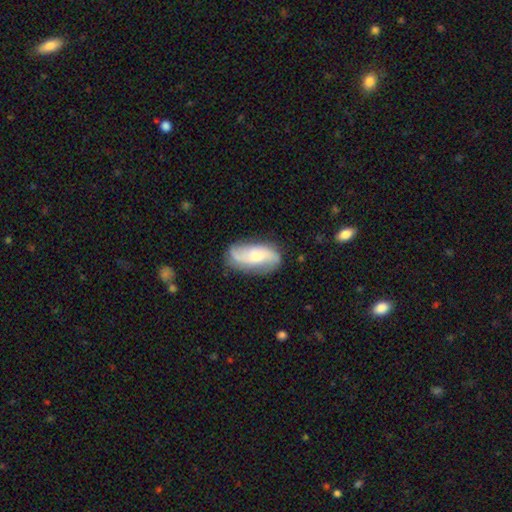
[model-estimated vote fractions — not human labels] A featured or disk galaxy (68%) with no bar (54%), 2 (86%) loose (57%) spiral arms (93%) and a moderate central bulge (47%).

Vote fractions:
- Smooth or featured? featured or disk: 68% / smooth: 26% / star or artifact: 7%
- Edge-on disk? no: 94% / yes: 6%
- Bar? no: 54% / weak: 35% / strong: 11%
- Spiral arms? yes: 93% / no: 7%
- Spiral winding? loose: 57% / medium: 31% / tight: 12%
- Spiral arm count? 2: 86% / can't tell: 6% / 1: 3% / 3: 3% / 4: 1% / more than 4: 1%
- Bulge size? moderate: 47% / small: 40% / large: 8% / none: 5% / dominant: 2%
- Merging? none: 73% / minor disturbance: 18% / major disturbance: 6% / merger: 2%